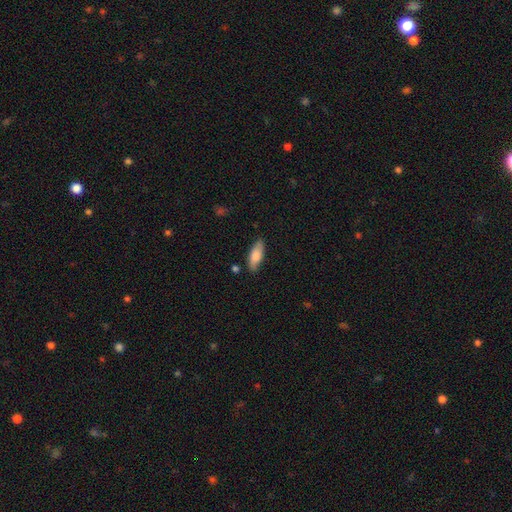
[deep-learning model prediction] This is likely a smooth galaxy (79%). How rounded: likely in between (72%). Merging: clearly none (82%).